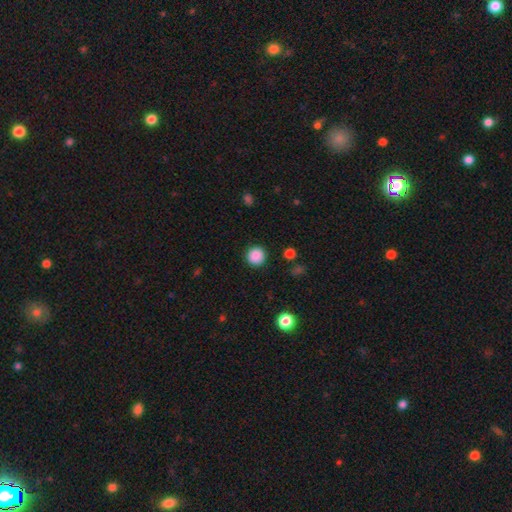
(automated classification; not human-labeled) A smooth galaxy with no disk features (88%) that is round (95%).

Vote fractions:
- Smooth or featured? smooth: 88% / star or artifact: 9% / featured or disk: 3%
- How rounded? round: 95% / in between: 4% / cigar-shaped: 1%
- Merging? none: 91% / minor disturbance: 6% / major disturbance: 2% / merger: 1%